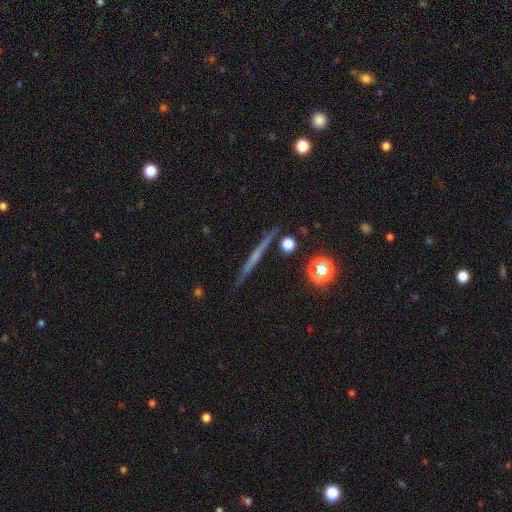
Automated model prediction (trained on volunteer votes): The model was most divided on "smooth or featured": featured or disk: 62%, smooth: 29%, star or artifact: 9%. More confident: edge-on disk — yes (97%); merging — none (90%); edge-on bulge — none (76%).